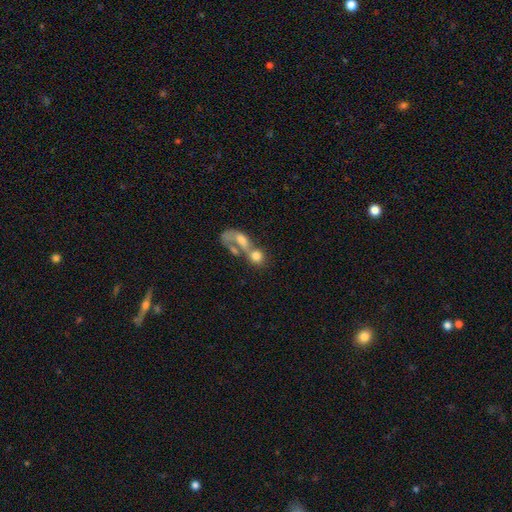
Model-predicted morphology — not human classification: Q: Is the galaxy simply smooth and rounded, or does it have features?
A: smooth — 64%.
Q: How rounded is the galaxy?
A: round — 51%.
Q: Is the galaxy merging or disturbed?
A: merger — 64%.